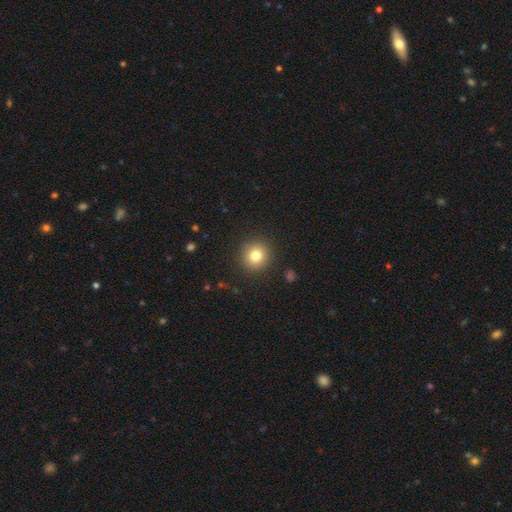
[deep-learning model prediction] Morphology: type=smooth (80%); roundness=round (92%); merging=none (90%).